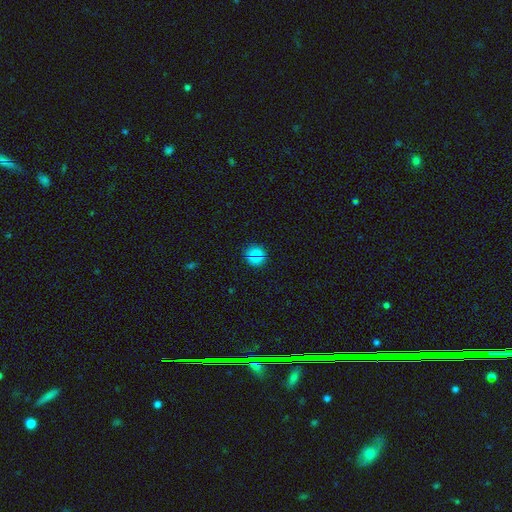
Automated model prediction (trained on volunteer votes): Morphology: type=smooth (77%); roundness=round (92%); merging=none (89%).